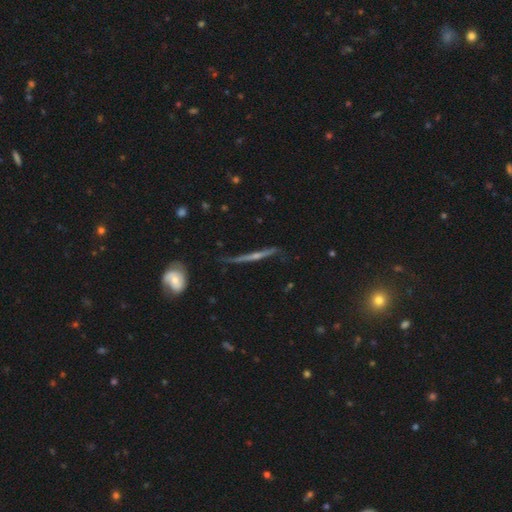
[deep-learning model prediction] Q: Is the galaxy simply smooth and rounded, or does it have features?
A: featured or disk — 77%.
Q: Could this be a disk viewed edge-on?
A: yes — 94%.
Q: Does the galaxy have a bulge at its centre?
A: rounded — 62%.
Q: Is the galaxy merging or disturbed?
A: none — 78%.